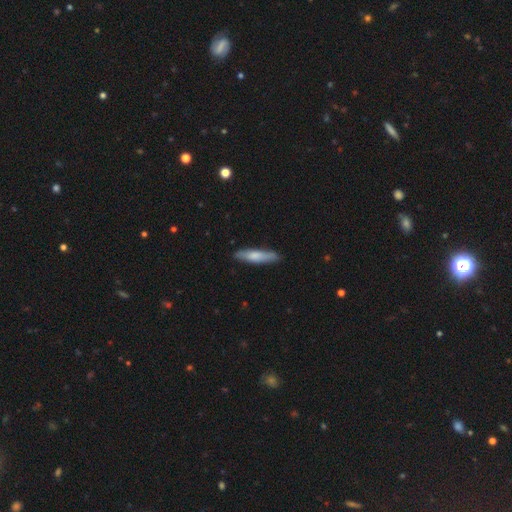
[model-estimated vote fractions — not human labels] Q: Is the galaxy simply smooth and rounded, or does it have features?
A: smooth — 69%.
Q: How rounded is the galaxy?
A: cigar-shaped — 82%.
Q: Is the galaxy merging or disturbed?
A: none — 86%.